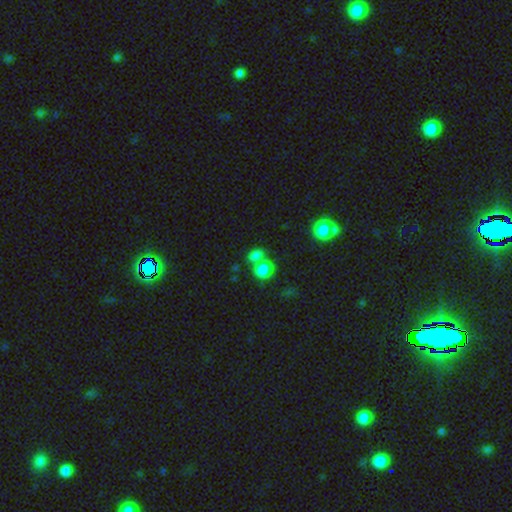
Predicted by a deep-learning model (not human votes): Q: Smooth or featured?
A: smooth (81%); runner-up: star or artifact (12%)
Q: How rounded?
A: in between (53%); runner-up: round (45%)
Q: Merging?
A: none (47%); runner-up: merger (39%)